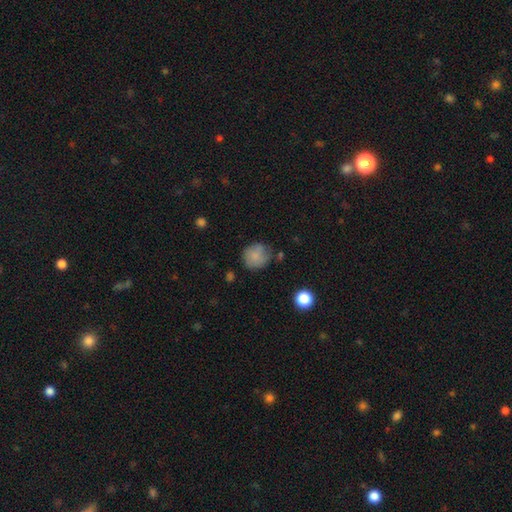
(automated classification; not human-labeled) The model was most divided on "merging": none: 67%, minor disturbance: 22%, major disturbance: 7%, merger: 4%. More confident: how rounded — round (86%); smooth or featured — smooth (79%).